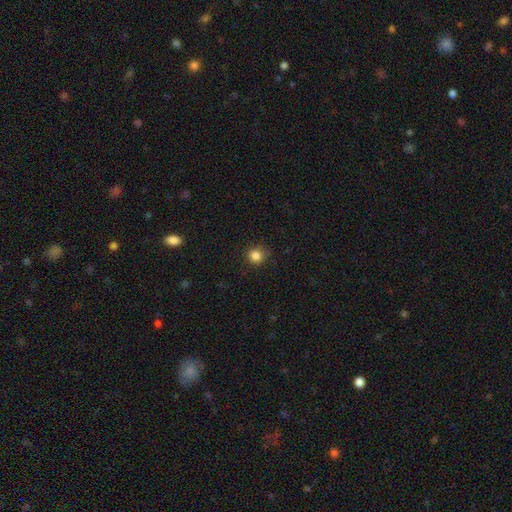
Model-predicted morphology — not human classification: Smooth or featured?
  - smooth: 85% *
  - star or artifact: 12%
  - featured or disk: 3%
How rounded?
  - round: 91% *
  - in between: 8%
  - cigar-shaped: 1%
Merging?
  - none: 85% *
  - minor disturbance: 11%
  - major disturbance: 3%
  - merger: 1%